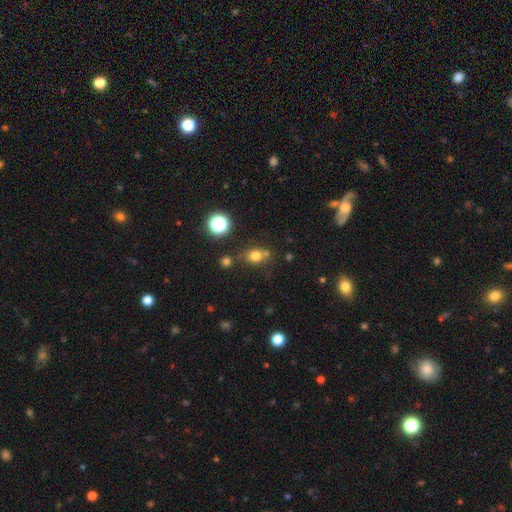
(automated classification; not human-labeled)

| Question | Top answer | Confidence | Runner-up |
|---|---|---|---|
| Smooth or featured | smooth | 73% | star or artifact (18%) |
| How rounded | round | 59% | in between (39%) |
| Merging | none | 64% | merger (16%) |